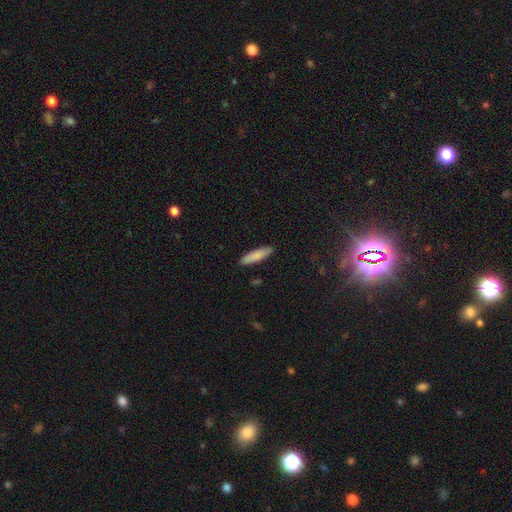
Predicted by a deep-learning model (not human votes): This appears to be a smooth galaxy with no disk features (84%) that is cigar-shaped (76%). Merging: none (89%).